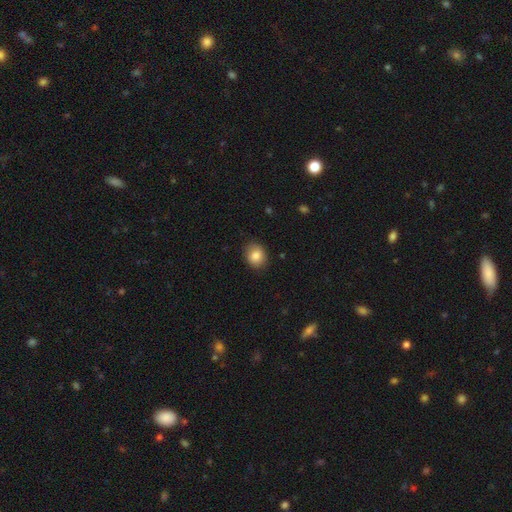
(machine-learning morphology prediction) The model was most divided on "how rounded": round: 60%, in between: 39%, cigar-shaped: 1%. More confident: smooth or featured — smooth (85%); merging — none (85%).